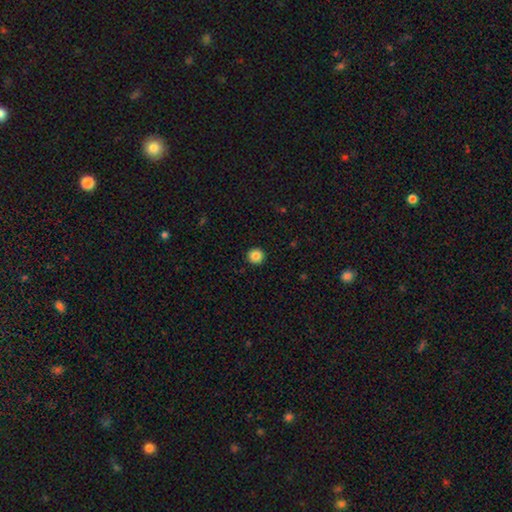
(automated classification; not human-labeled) The model was most divided on "smooth or featured": smooth: 86%, star or artifact: 10%, featured or disk: 5%. More confident: how rounded — round (95%); merging — none (93%).